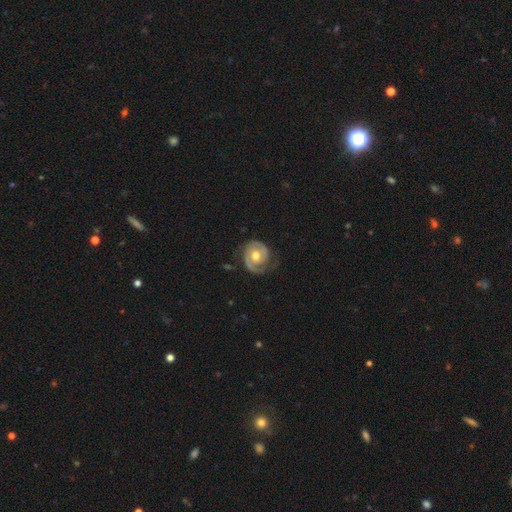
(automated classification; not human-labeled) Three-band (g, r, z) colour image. It shows a featured or disk galaxy (83%) with no bar (67%), 2 (57%) tight (59%) spiral arms (94%) and a moderate central bulge (77%). Merging: none (68%).